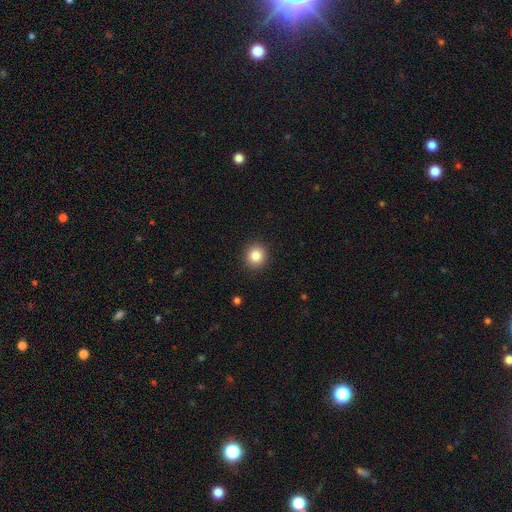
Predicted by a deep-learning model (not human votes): Smooth or featured? Predicted: smooth (p=0.86). How rounded? Predicted: round (p=0.91). Merging? Predicted: none (p=0.91).